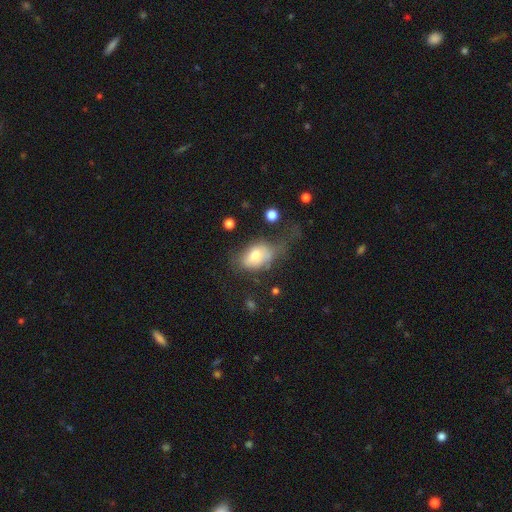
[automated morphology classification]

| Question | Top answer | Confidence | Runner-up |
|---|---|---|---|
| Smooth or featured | smooth | 68% | featured or disk (23%) |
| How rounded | in between | 82% | round (17%) |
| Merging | major disturbance | 37% | none (30%) |